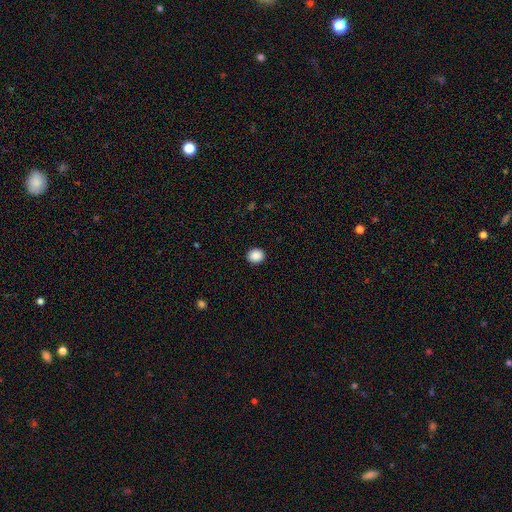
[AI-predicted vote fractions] smooth 89%, star or artifact 9%, featured or disk 2%. Down the decision tree: how rounded — round (76%); merging — none (92%).